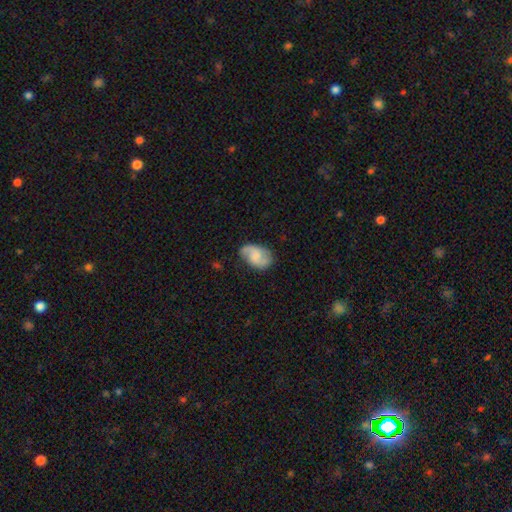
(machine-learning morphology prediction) Q: Smooth or featured?
A: featured or disk (59%); runner-up: smooth (34%)
Q: Edge-on disk?
A: no (97%); runner-up: yes (3%)
Q: Bar?
A: no (51%); runner-up: weak (42%)
Q: Spiral arms?
A: yes (92%); runner-up: no (8%)
Q: Spiral winding?
A: medium (43%); runner-up: loose (41%)
Q: Spiral arm count?
A: 2 (83%); runner-up: can't tell (7%)
Q: Bulge size?
A: small (32%); runner-up: none (30%)
Q: Merging?
A: none (70%); runner-up: minor disturbance (21%)